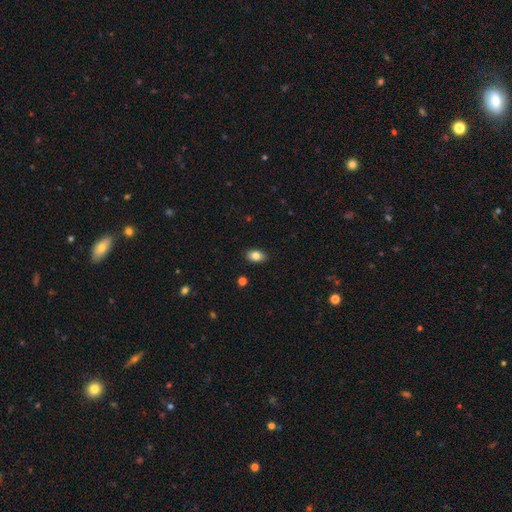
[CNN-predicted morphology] The model was most divided on "smooth or featured": smooth: 83%, featured or disk: 9%, star or artifact: 8%. More confident: merging — none (89%); how rounded — in between (89%).